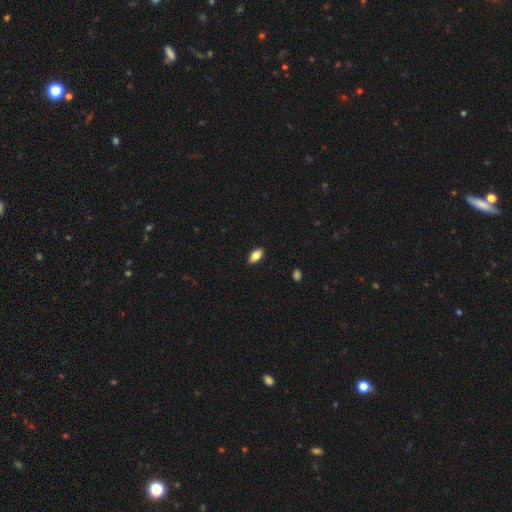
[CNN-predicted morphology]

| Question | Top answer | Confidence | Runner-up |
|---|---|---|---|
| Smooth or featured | smooth | 78% | featured or disk (15%) |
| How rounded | in between | 89% | cigar-shaped (7%) |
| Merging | none | 90% | minor disturbance (8%) |